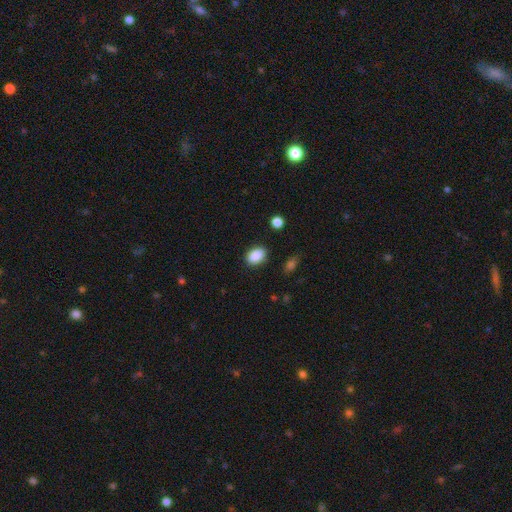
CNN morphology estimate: A smooth galaxy with no disk features (89%) that is in between round and cigar-shaped (82%). Merging: none (86%).